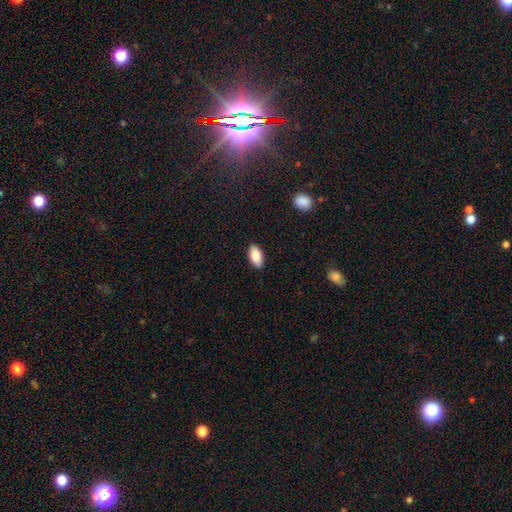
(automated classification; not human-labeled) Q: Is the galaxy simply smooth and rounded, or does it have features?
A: smooth — 85%.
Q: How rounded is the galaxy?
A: in between — 92%.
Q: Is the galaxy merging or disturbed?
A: none — 89%.